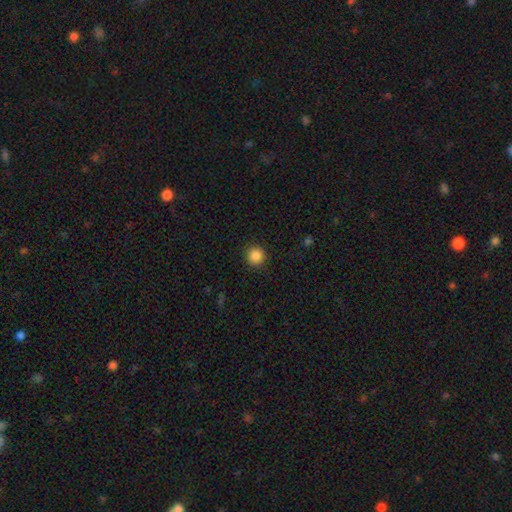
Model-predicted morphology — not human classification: type=smooth (87%); roundness=round (94%); merging=none (91%).